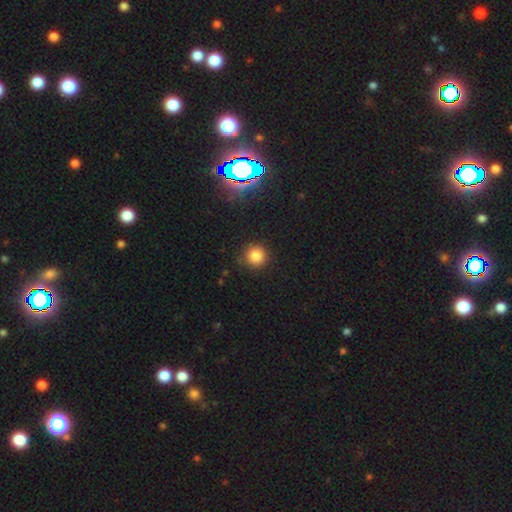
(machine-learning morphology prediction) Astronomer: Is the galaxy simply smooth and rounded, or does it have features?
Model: smooth — 81%.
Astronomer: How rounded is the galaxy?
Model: round — 94%.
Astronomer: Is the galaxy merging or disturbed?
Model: none — 87%.